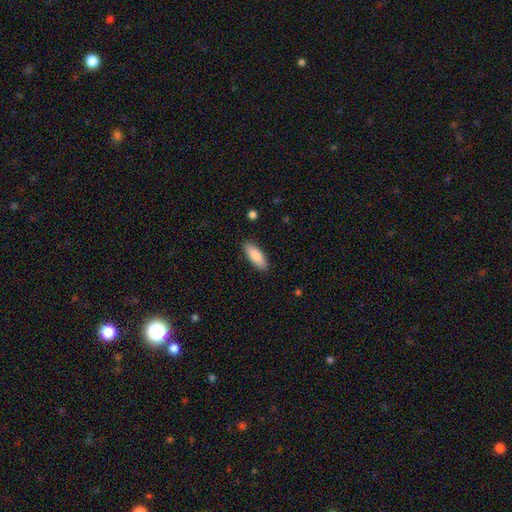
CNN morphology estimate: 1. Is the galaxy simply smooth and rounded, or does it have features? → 86% smooth, 8% featured or disk, 6% star or artifact.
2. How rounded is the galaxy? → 73% in between, 25% cigar-shaped, 2% round.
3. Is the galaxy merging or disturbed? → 89% none, 8% minor disturbance, 2% major disturbance, 1% merger.